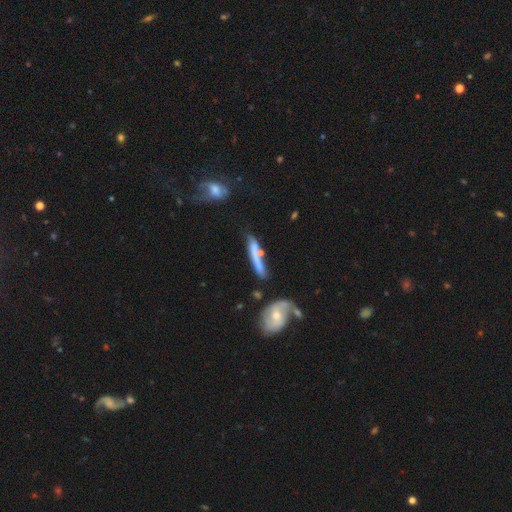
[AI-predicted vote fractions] smooth-or-featured: featured or disk: 46% (tied) | smooth: 46% (tied) | star or artifact: 8%
  merging: none: 42% | minor disturbance: 23% | merger: 22% | major disturbance: 13%